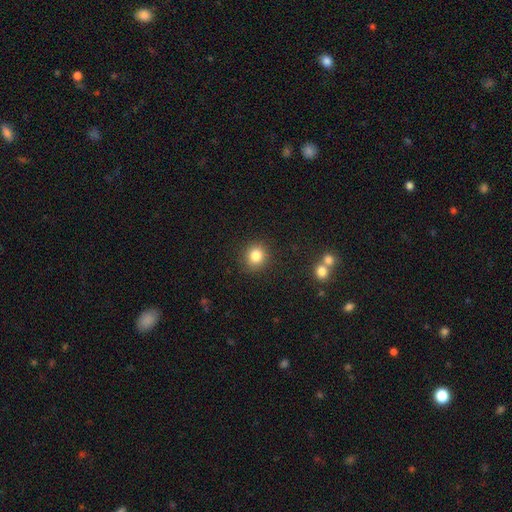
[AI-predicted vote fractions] A smooth galaxy with no disk features (83%) that is round (85%).

Vote fractions:
- Smooth or featured? smooth: 83% / star or artifact: 11% / featured or disk: 6%
- How rounded? round: 85% / in between: 14% / cigar-shaped: 1%
- Merging? none: 88% / minor disturbance: 7% / major disturbance: 2% / merger: 2%